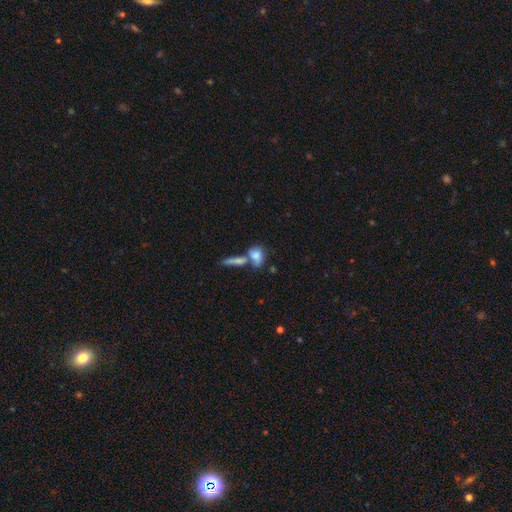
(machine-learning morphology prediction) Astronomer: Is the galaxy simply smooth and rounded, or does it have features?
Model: smooth — 74%.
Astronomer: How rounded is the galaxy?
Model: in between — 60%.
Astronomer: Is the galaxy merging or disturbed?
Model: merger — 48% (runner-up: none, 34%).